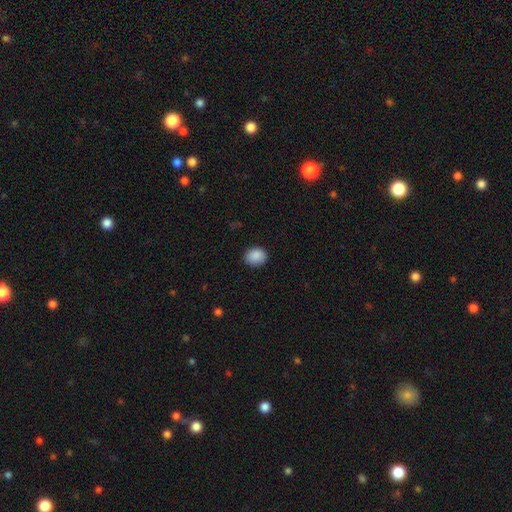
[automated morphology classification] type=smooth (89%); roundness=in between (50%, tied with round); merging=none (85%).